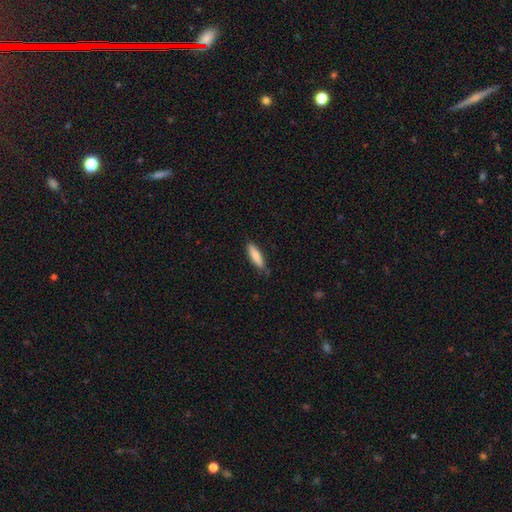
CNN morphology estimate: Smooth or featured: smooth — 81% (featured or disk — 13%)
How rounded: cigar-shaped — 68% (in between — 30%)
Merging: none — 81% (minor disturbance — 15%)